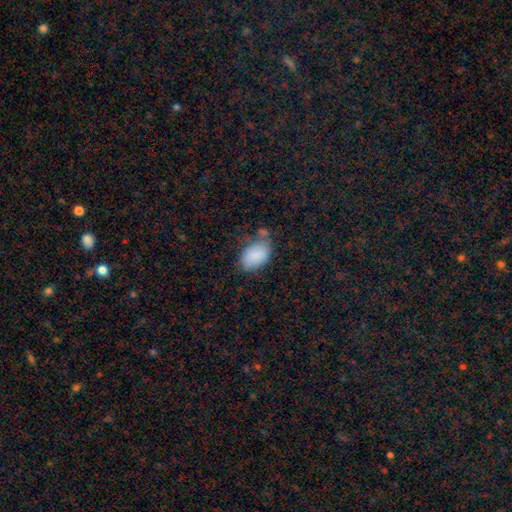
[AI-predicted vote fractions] smooth_or_featured: smooth (p=0.86) [alt: featured or disk p=0.07]
how_rounded: in between (p=0.92) [alt: round p=0.07]
merging: none (p=0.56) [alt: minor disturbance p=0.26]